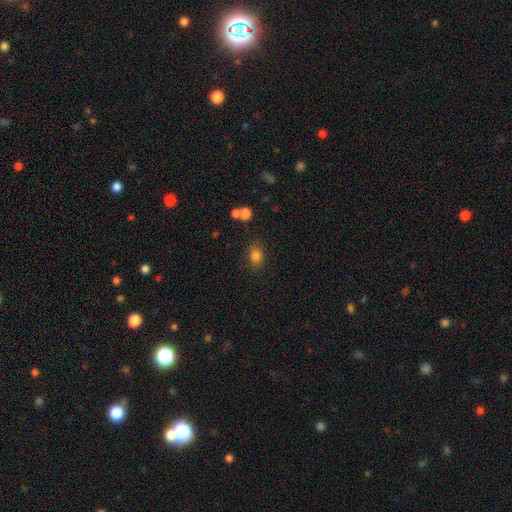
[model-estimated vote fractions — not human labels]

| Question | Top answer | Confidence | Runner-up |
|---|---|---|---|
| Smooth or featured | smooth | 82% | star or artifact (12%) |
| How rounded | in between | 67% | round (32%) |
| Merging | none | 80% | minor disturbance (12%) |